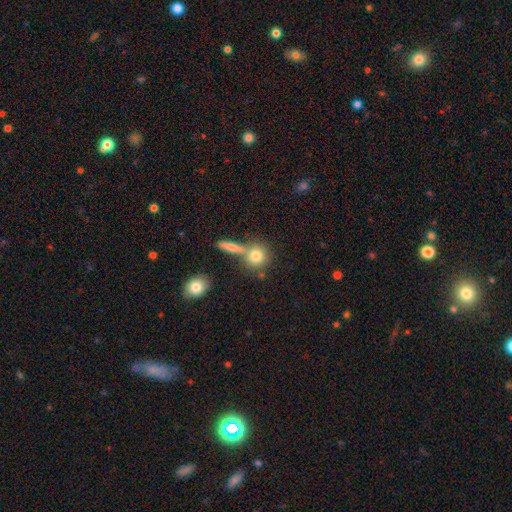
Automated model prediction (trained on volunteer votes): smooth 78%, featured or disk 12%, star or artifact 10%. Down the decision tree: how rounded — round (83%); merging — none (60%).